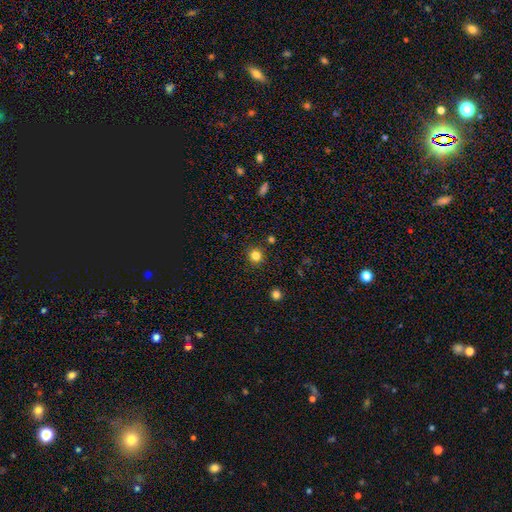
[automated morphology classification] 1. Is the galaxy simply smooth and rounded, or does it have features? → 81% smooth, 14% star or artifact, 5% featured or disk.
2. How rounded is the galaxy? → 90% round, 9% in between, 1% cigar-shaped.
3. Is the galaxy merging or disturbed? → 89% none, 6% minor disturbance, 2% major disturbance, 2% merger.